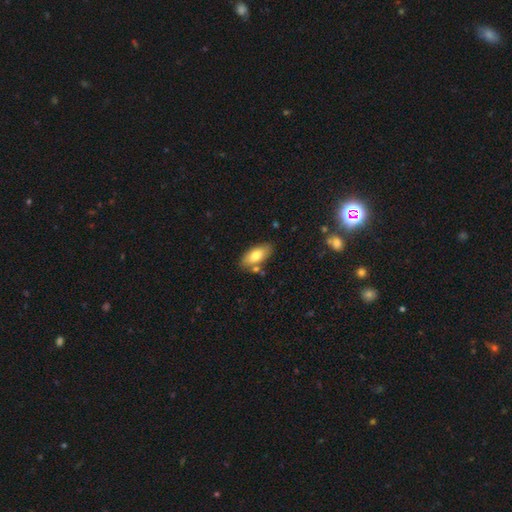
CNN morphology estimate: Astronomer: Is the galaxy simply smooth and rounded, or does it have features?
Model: smooth — 76%.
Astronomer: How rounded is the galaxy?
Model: in between — 86%.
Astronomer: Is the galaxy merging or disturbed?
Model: none — 75%.